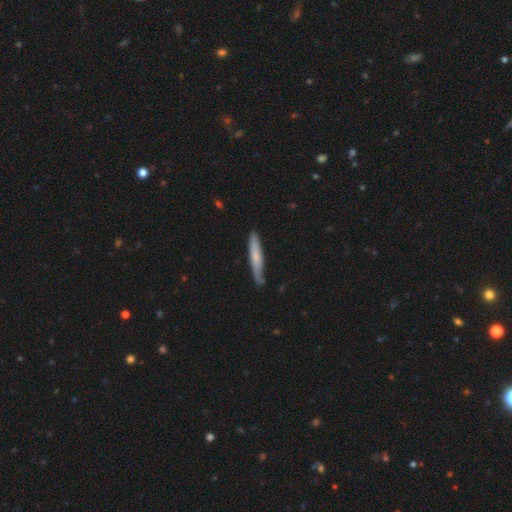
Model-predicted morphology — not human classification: This appears to be a smooth galaxy with no disk features (59%) that is cigar-shaped (93%). Merging: none (78%).